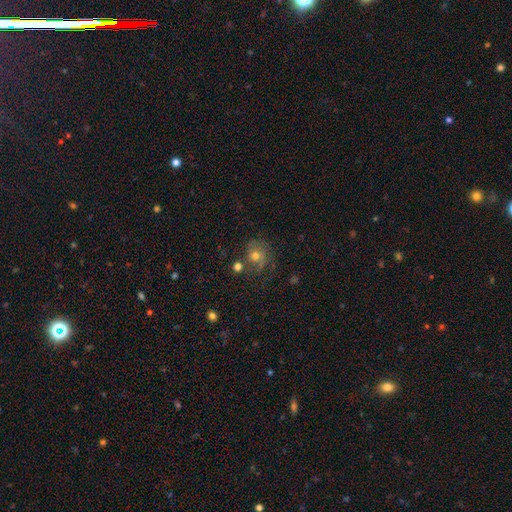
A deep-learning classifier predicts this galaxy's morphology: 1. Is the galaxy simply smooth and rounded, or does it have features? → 49% smooth, 36% featured or disk, 15% star or artifact.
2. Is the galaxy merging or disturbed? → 56% none, 20% minor disturbance, 14% major disturbance, 10% merger.